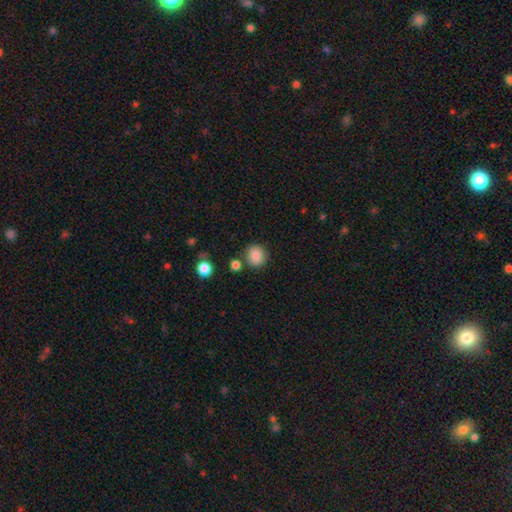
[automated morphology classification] This is clearly a smooth galaxy (86%). How rounded: clearly round (84%). Merging: clearly none (81%).